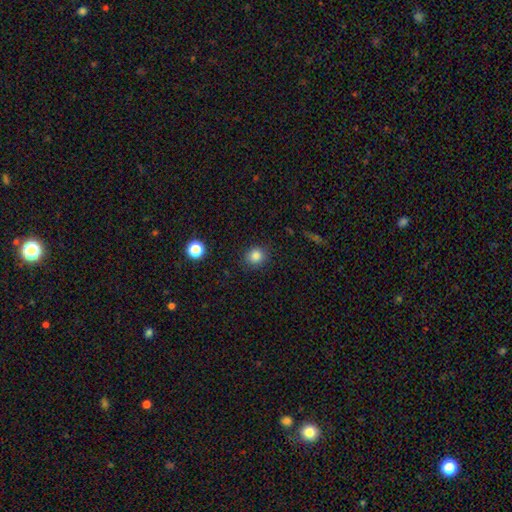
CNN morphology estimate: smooth-or-featured: smooth: 84% | star or artifact: 11% | featured or disk: 4%
  how-rounded: round: 85% | in between: 14% | cigar-shaped: 1%
  merging: none: 87% | minor disturbance: 8% | major disturbance: 3% | merger: 1%